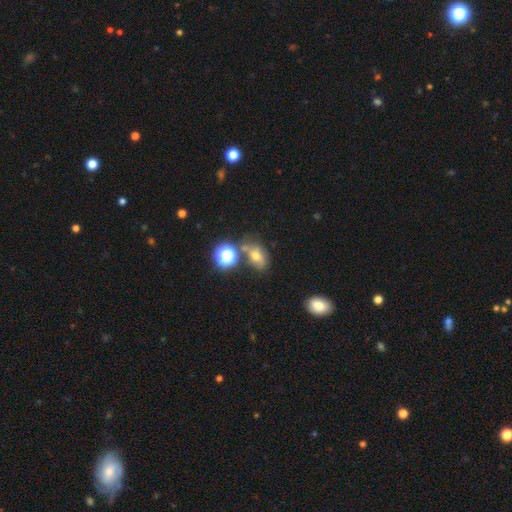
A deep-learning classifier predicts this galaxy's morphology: smooth 57%, star or artifact 24%, featured or disk 19%. Down the decision tree: how rounded — in between (68%); merging — none (58%).